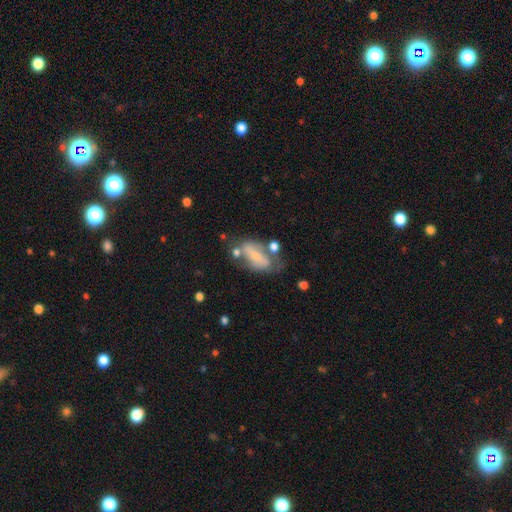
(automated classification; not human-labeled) Smooth or featured? Predicted: featured or disk (p=0.56). Edge-on disk? Predicted: no (p=0.89). Bar? Predicted: no (p=0.38). Spiral arms? Predicted: yes (p=0.53). Bulge size? Predicted: small (p=0.63). Merging? Predicted: none (p=0.44).